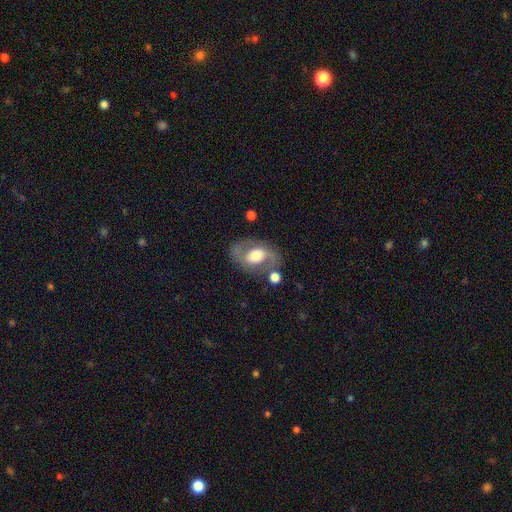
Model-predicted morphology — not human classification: smooth-or-featured: featured or disk: 72% | smooth: 22% | star or artifact: 7%
  disk-edge-on: no: 96% | yes: 4%
    bar: no: 45% | weak: 38% | strong: 17%
    has-spiral-arms: yes: 82% | no: 18%
      spiral-winding: medium: 50% | loose: 35% | tight: 15%
      spiral-arm-count: 2: 89% | can't tell: 5% | 1: 3% | 3: 1% | 4: 1% | more than 4: 1%
    bulge-size: moderate: 51% | large: 36% | small: 8% | dominant: 4% | none: 2%
  merging: none: 66% | minor disturbance: 17% | major disturbance: 9% | merger: 7%